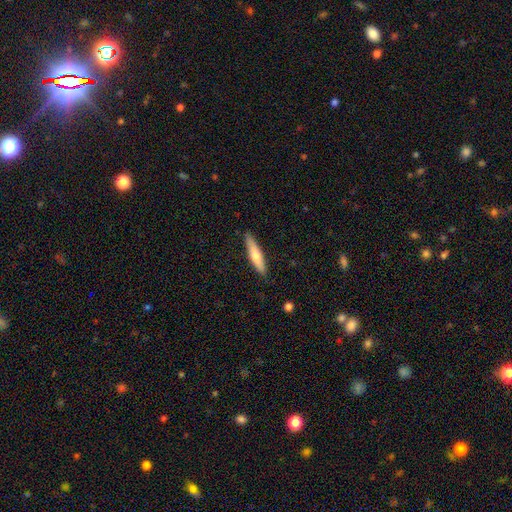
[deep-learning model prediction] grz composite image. It shows a smooth galaxy with no disk features (65%) that is cigar-shaped (84%). Merging: none (87%).